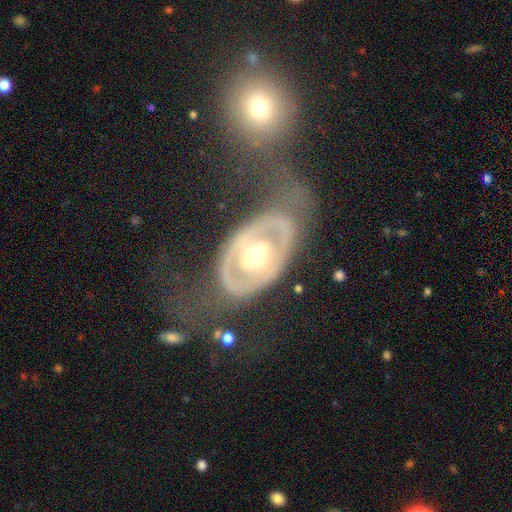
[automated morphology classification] Smooth or featured? featured or disk (74%)
Edge-on disk? no (93%)
Bar? no (68%)
Spiral arms? no (68%)
Bulge size? moderate (68%)
Merging? none (48%)